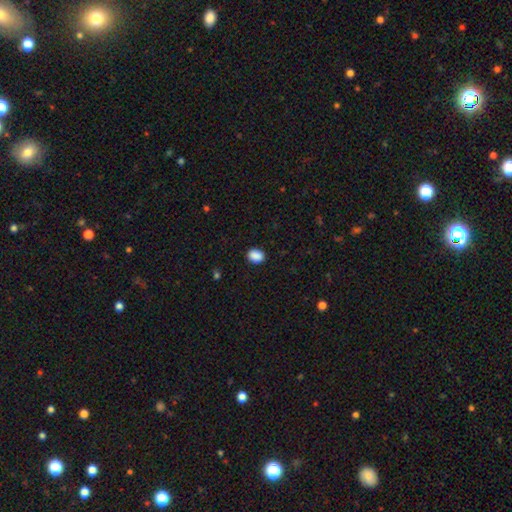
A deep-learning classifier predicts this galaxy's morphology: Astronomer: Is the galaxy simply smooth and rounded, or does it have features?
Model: smooth — 90%.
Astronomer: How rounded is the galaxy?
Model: in between — 64%.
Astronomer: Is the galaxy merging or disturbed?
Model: none — 89%.